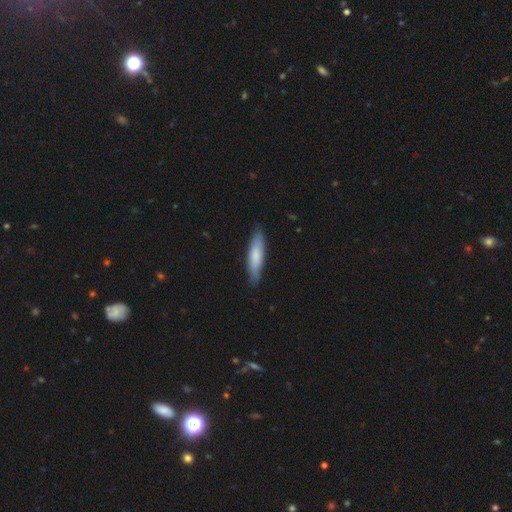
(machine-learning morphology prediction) smooth 75%, featured or disk 20%, star or artifact 5%. Down the decision tree: how rounded — cigar-shaped (75%); merging — none (84%).